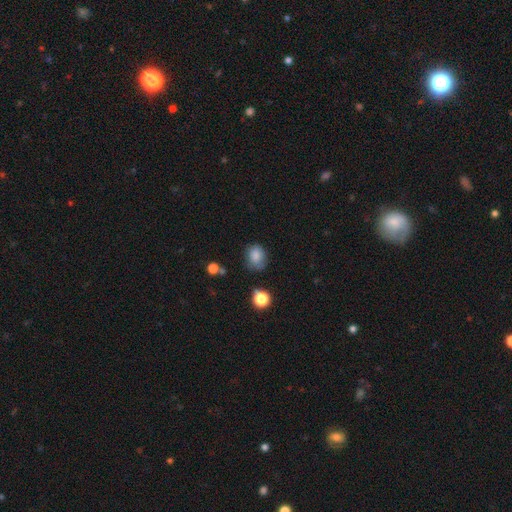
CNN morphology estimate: Smooth or featured? Predicted: smooth (p=0.81). How rounded? Predicted: round (p=0.51). Merging? Predicted: none (p=0.62).